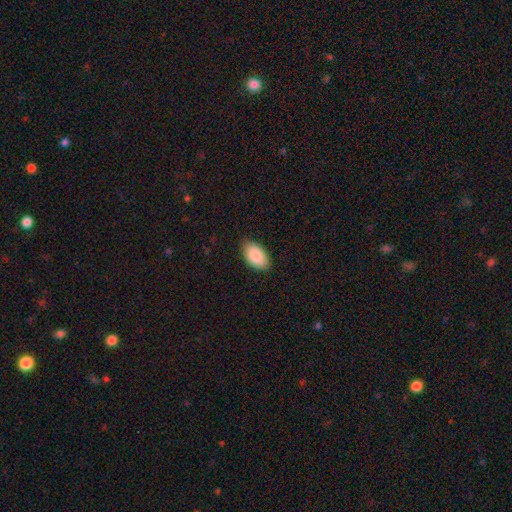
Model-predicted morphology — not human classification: The model was most divided on "merging": none: 84%, minor disturbance: 13%, major disturbance: 2%, merger: 1%. More confident: how rounded — in between (95%); smooth or featured — smooth (89%).